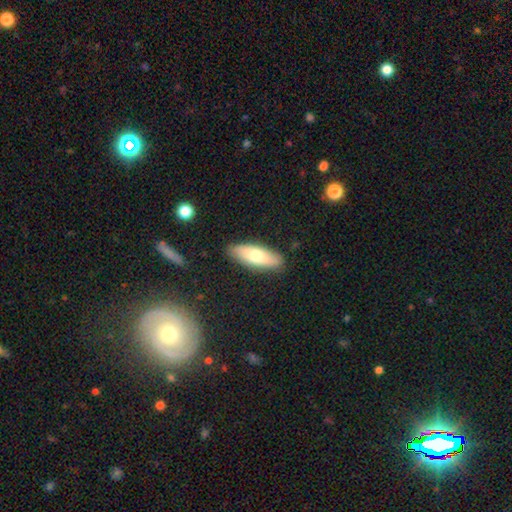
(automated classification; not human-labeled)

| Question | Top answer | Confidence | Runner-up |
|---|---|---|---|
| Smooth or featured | smooth | 70% | featured or disk (24%) |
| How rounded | in between | 65% | cigar-shaped (33%) |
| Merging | none | 87% | minor disturbance (10%) |